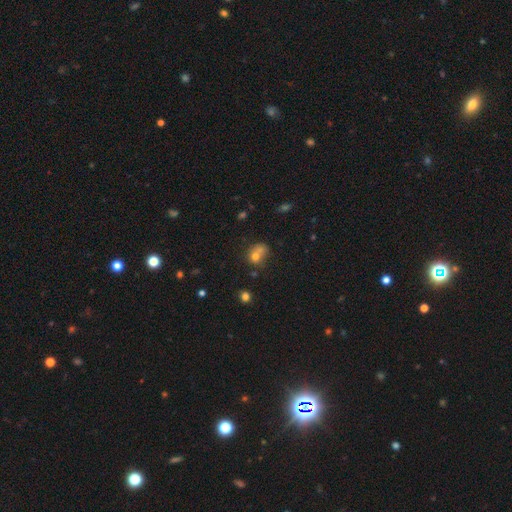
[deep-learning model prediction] Morphology: type=smooth (69%); roundness=round (61%); merging=merger (43%).